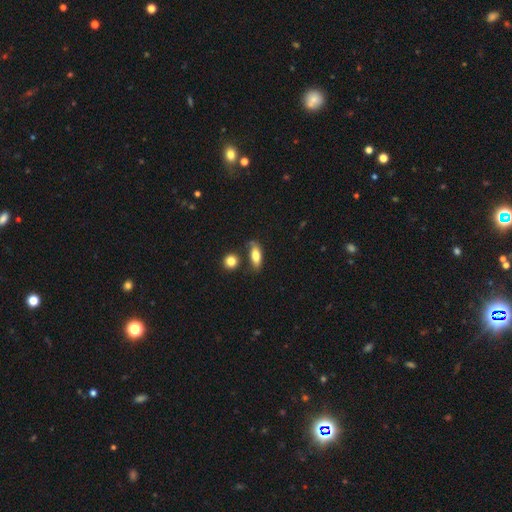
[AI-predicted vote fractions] This appears to be a smooth galaxy with no disk features (75%) that is in between round and cigar-shaped (74%). Merging: none (60%).